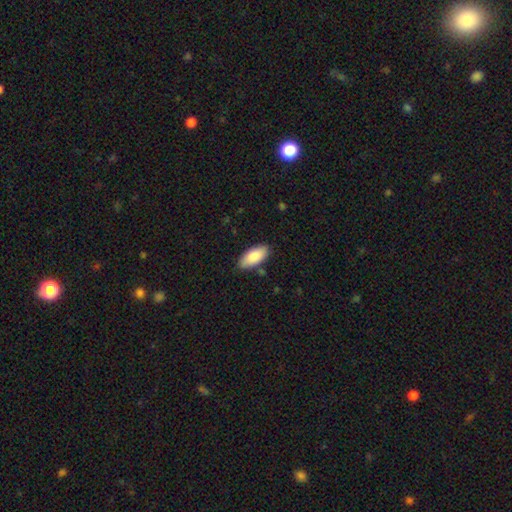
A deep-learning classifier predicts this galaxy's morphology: Q: Smooth or featured?
A: smooth (86%); runner-up: featured or disk (8%)
Q: How rounded?
A: in between (89%); runner-up: cigar-shaped (9%)
Q: Merging?
A: none (83%); runner-up: minor disturbance (12%)